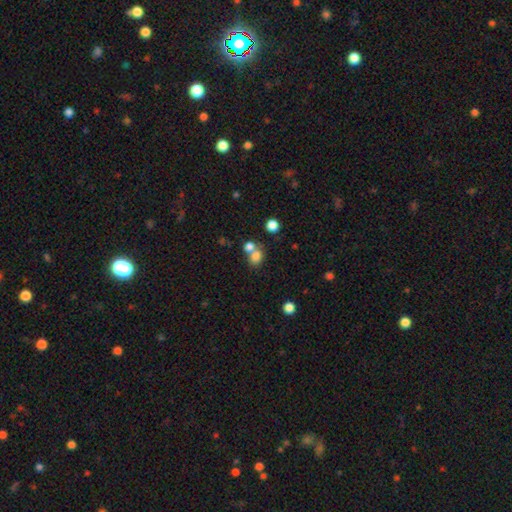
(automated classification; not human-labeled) Smooth or featured? smooth (77%)
How rounded? round (54%)
Merging? merger (46%)